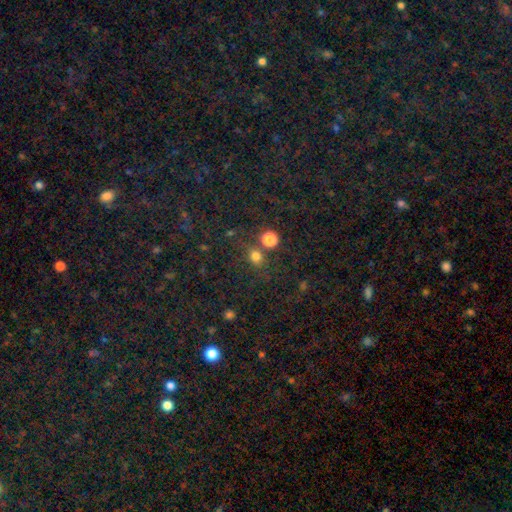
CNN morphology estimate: Smooth or featured? Predicted: smooth (p=0.66). How rounded? Predicted: round (p=0.77). Merging? Predicted: none (p=0.66).